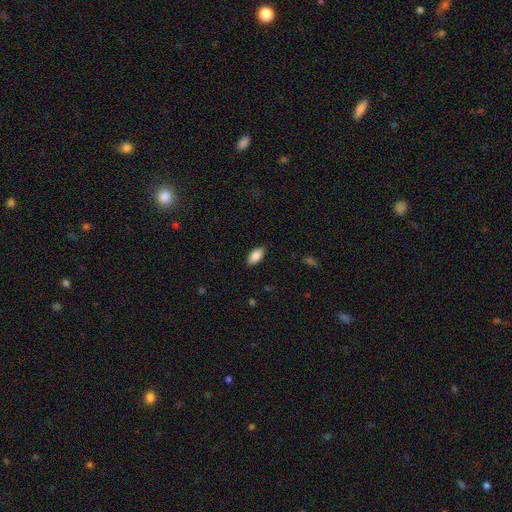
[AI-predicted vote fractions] Smooth or featured? smooth (87%)
How rounded? in between (91%)
Merging? none (87%)